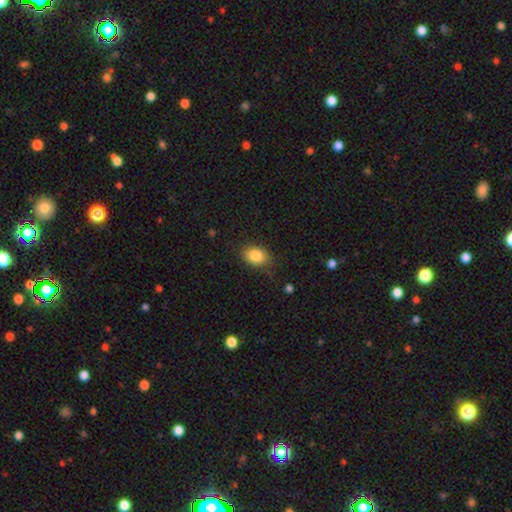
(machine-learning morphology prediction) Smooth or featured? Predicted: smooth (p=0.85). How rounded? Predicted: in between (p=0.73). Merging? Predicted: none (p=0.80).